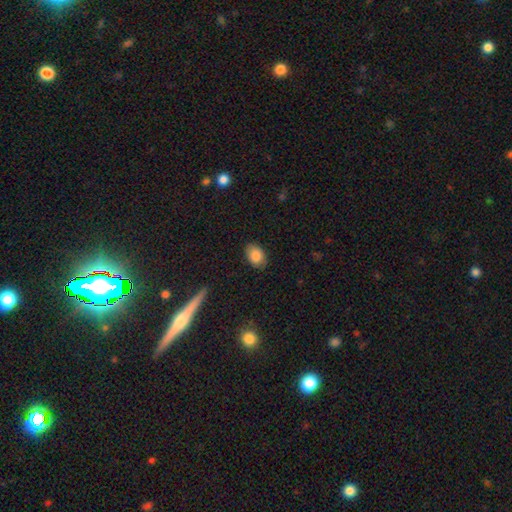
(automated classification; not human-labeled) smooth_or_featured: smooth (p=0.86) [alt: star or artifact p=0.08]
how_rounded: in between (p=0.81) [alt: round p=0.18]
merging: none (p=0.84) [alt: minor disturbance p=0.12]